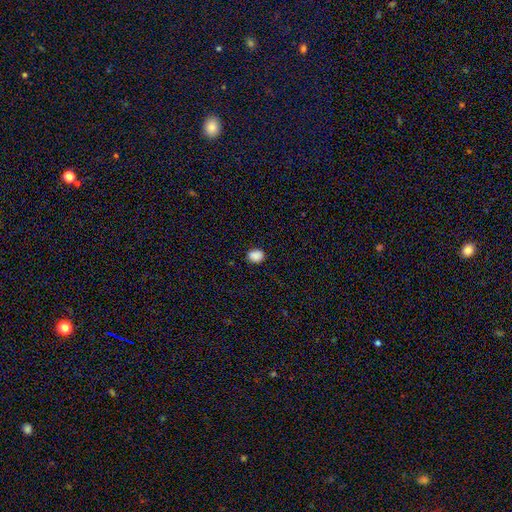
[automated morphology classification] This appears to be a smooth galaxy with no disk features (88%) that is round (54%). Merging: none (86%).